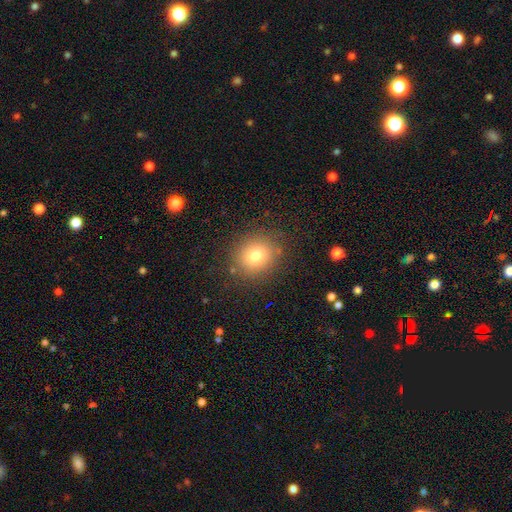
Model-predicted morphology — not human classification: Overall: smooth (77%). How rounded: round (83%). Merging: none (85%).